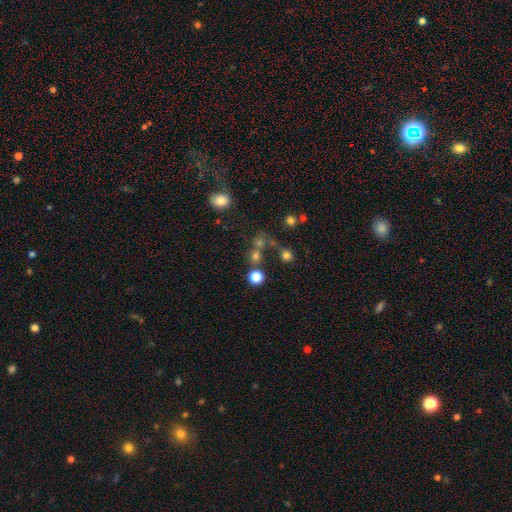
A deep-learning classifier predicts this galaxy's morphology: Q: Smooth or featured?
A: smooth (65%); runner-up: star or artifact (25%)
Q: How rounded?
A: round (87%); runner-up: in between (11%)
Q: Merging?
A: none (58%); runner-up: merger (28%)